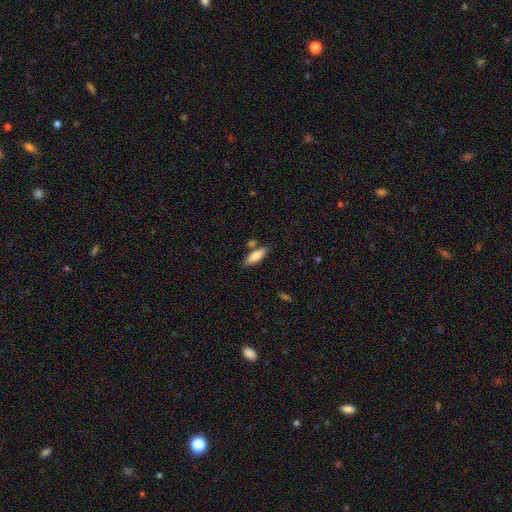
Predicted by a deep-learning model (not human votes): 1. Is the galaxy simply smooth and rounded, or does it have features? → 81% smooth, 13% featured or disk, 6% star or artifact.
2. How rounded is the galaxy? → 65% in between, 33% cigar-shaped, 2% round.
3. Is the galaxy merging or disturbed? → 74% none, 13% minor disturbance, 10% merger, 3% major disturbance.